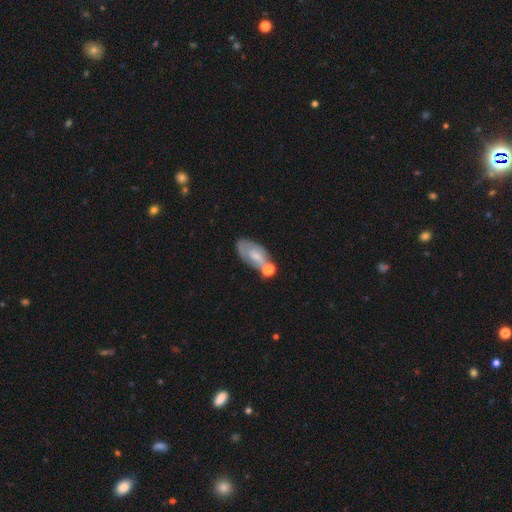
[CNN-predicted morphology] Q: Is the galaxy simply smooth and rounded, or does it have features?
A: smooth — 51%.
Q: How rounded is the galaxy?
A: in between — 89%.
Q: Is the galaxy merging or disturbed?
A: none — 39%.